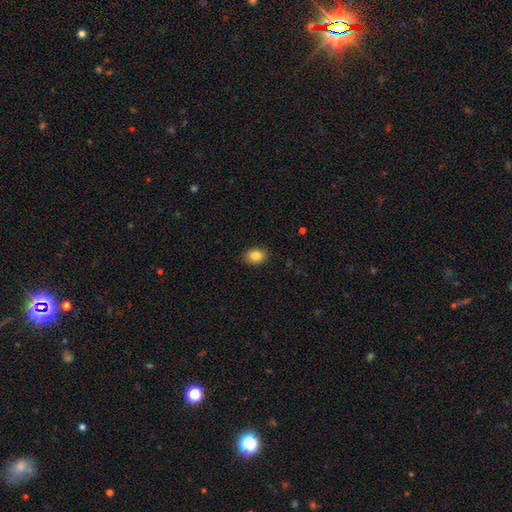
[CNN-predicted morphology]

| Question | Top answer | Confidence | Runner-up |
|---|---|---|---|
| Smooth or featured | smooth | 84% | star or artifact (9%) |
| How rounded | in between | 70% | round (29%) |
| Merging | none | 89% | minor disturbance (8%) |